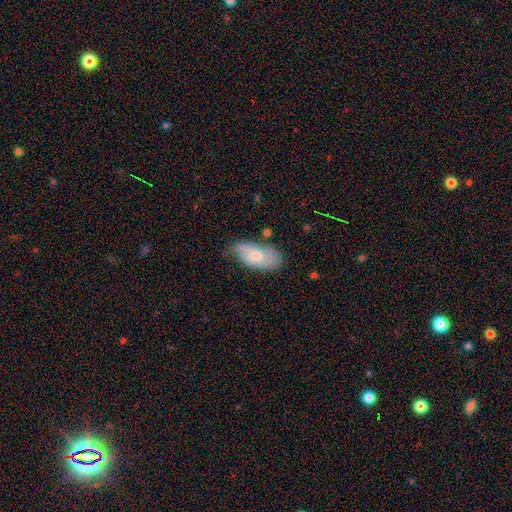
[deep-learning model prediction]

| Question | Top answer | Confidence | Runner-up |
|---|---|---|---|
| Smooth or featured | smooth | 60% | featured or disk (33%) |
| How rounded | in between | 91% | cigar-shaped (6%) |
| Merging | none | 58% | minor disturbance (30%) |